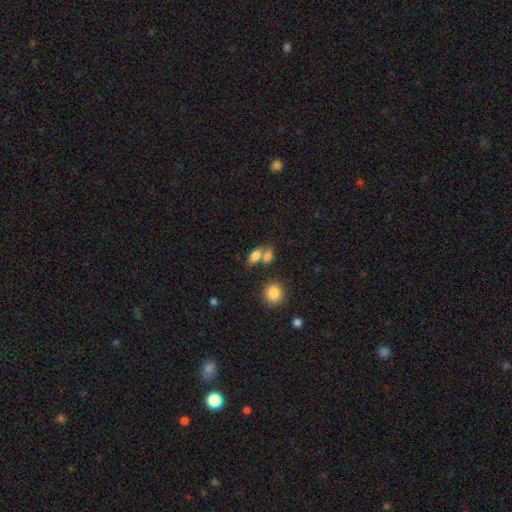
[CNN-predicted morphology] type=smooth (79%); roundness=in between (81%); merging=merger (48%).